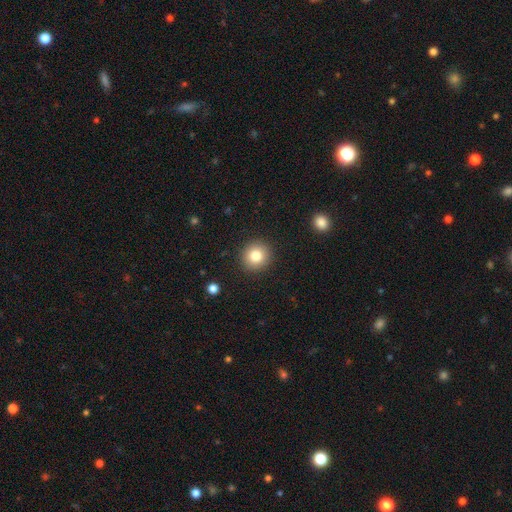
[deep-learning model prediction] Morphology: type=smooth (82%); roundness=round (90%); merging=none (91%).